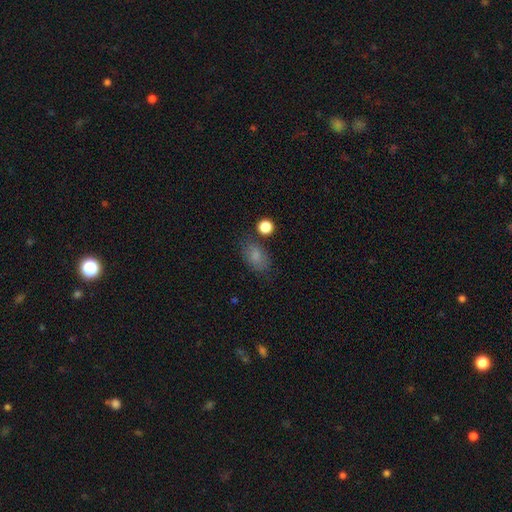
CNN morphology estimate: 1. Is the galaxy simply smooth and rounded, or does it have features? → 79% smooth, 11% star or artifact, 9% featured or disk.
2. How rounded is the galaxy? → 85% in between, 12% round, 2% cigar-shaped.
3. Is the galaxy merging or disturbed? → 70% none, 18% minor disturbance, 6% major disturbance, 6% merger.